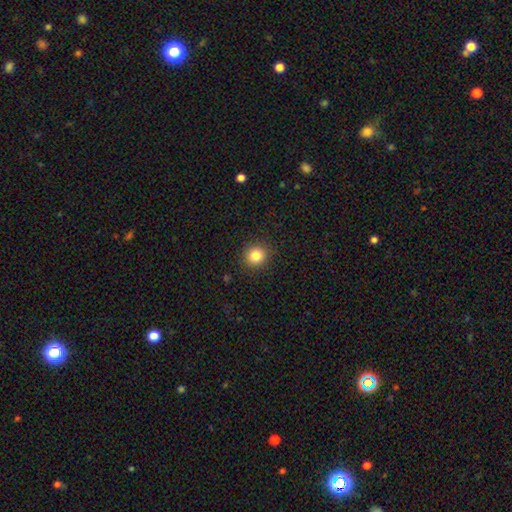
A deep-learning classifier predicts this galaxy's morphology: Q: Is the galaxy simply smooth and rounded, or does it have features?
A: smooth — 83%.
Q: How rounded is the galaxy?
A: round — 88%.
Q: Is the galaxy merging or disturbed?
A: none — 90%.